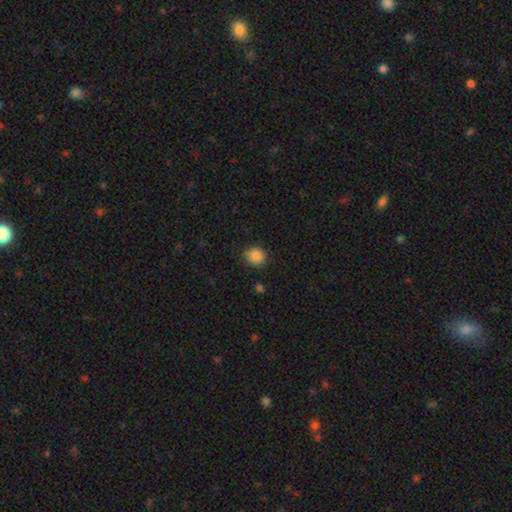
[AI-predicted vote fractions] Q: Smooth or featured?
A: smooth (86%); runner-up: star or artifact (10%)
Q: How rounded?
A: round (81%); runner-up: in between (18%)
Q: Merging?
A: none (85%); runner-up: minor disturbance (11%)